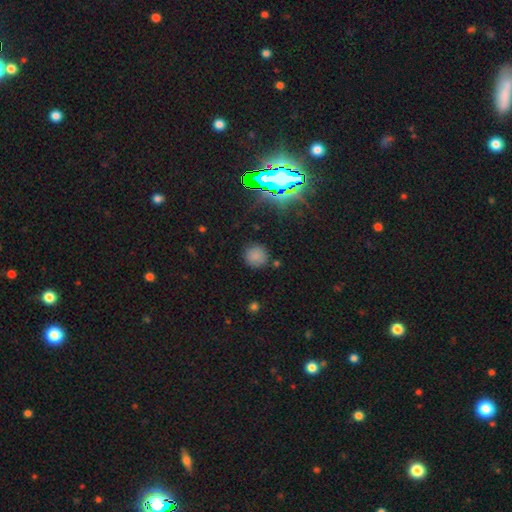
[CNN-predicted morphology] Smooth or featured?
  - smooth: 76% *
  - star or artifact: 18%
  - featured or disk: 6%
How rounded?
  - round: 92% *
  - in between: 7%
  - cigar-shaped: 1%
Merging?
  - none: 84% *
  - minor disturbance: 10%
  - major disturbance: 3%
  - merger: 3%